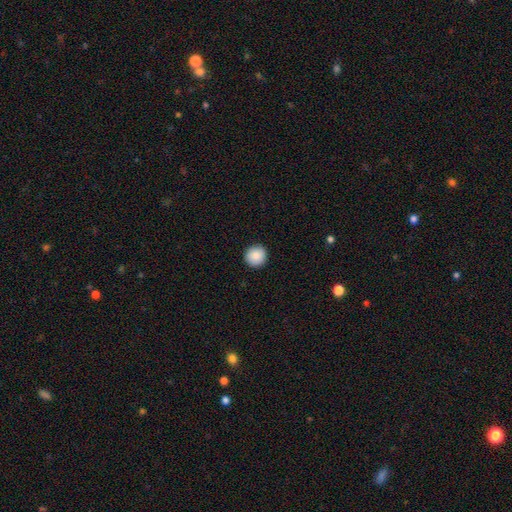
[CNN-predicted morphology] Overall: smooth (88%). How rounded: round (94%). Merging: none (92%).